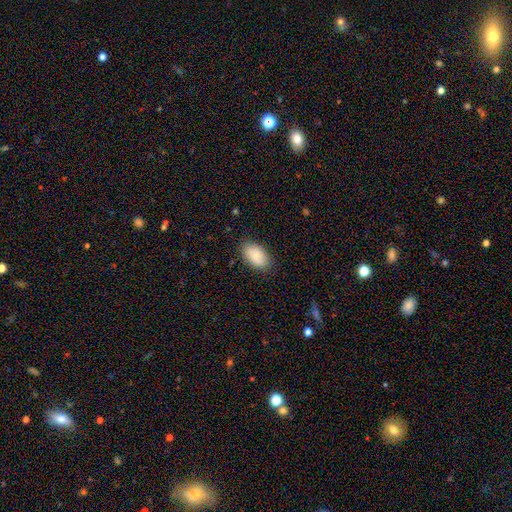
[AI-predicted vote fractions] A smooth galaxy with no disk features (86%) that is in between round and cigar-shaped (94%).

Vote fractions:
- Smooth or featured? smooth: 86% / featured or disk: 8% / star or artifact: 6%
- How rounded? in between: 94% / round: 5% / cigar-shaped: 1%
- Merging? none: 84% / minor disturbance: 12% / major disturbance: 3% / merger: 1%